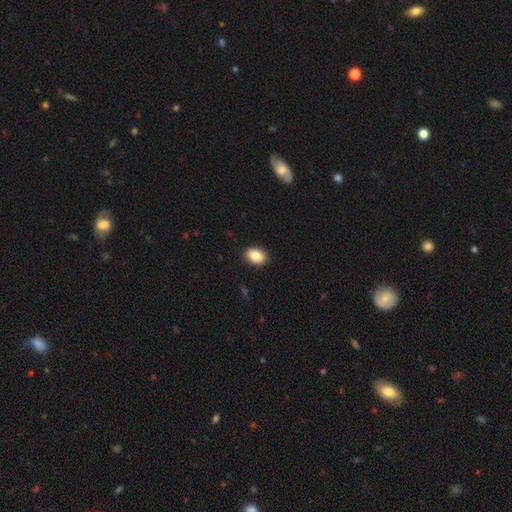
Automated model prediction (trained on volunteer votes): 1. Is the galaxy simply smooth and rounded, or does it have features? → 86% smooth, 7% star or artifact, 7% featured or disk.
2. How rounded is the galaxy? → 80% in between, 19% round, 1% cigar-shaped.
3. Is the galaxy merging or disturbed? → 91% none, 7% minor disturbance, 2% major disturbance, 1% merger.